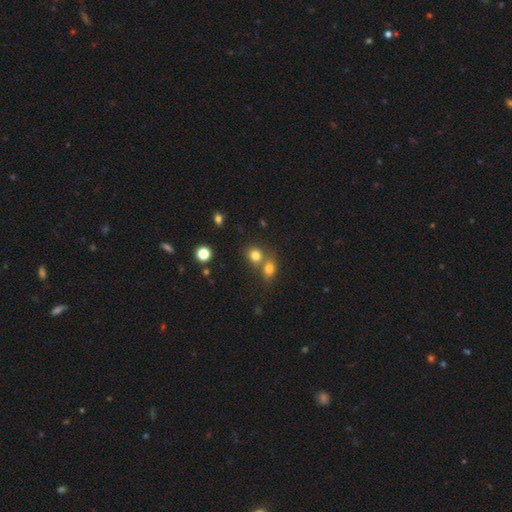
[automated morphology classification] smooth-or-featured: smooth: 78% | star or artifact: 14% | featured or disk: 8%
  how-rounded: round: 71% | in between: 28% | cigar-shaped: 1%
  merging: none: 47% | merger: 42% | minor disturbance: 8% | major disturbance: 3%